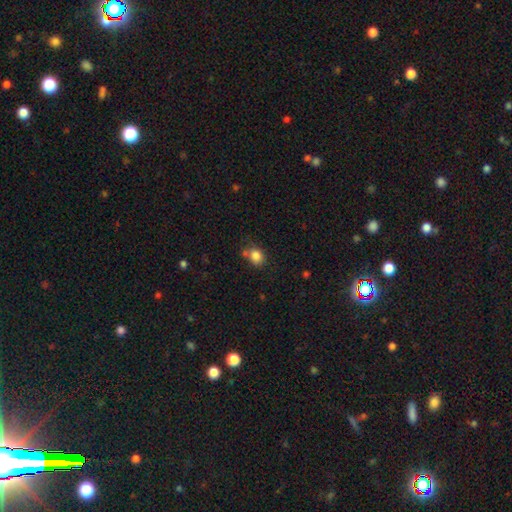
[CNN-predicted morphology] The model was most divided on "how rounded": round: 60%, in between: 39%, cigar-shaped: 1%. More confident: smooth or featured — smooth (83%); merging — none (64%).